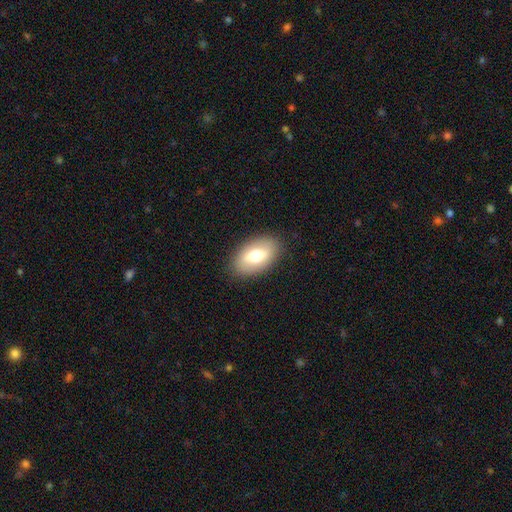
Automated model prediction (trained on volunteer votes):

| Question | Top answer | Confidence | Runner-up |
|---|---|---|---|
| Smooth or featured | smooth | 67% | featured or disk (26%) |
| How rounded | in between | 91% | round (7%) |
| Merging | none | 87% | minor disturbance (10%) |